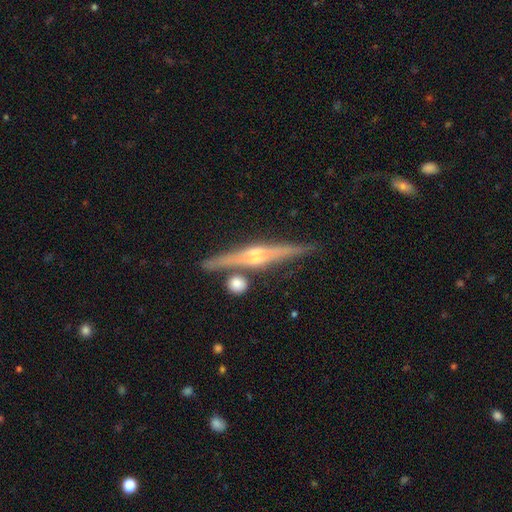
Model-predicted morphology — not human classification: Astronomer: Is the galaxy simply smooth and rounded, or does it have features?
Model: featured or disk — 83%.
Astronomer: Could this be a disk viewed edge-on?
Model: yes — 98%.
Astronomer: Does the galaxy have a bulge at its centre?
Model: rounded — 86%.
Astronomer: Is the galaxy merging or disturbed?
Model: none — 83%.